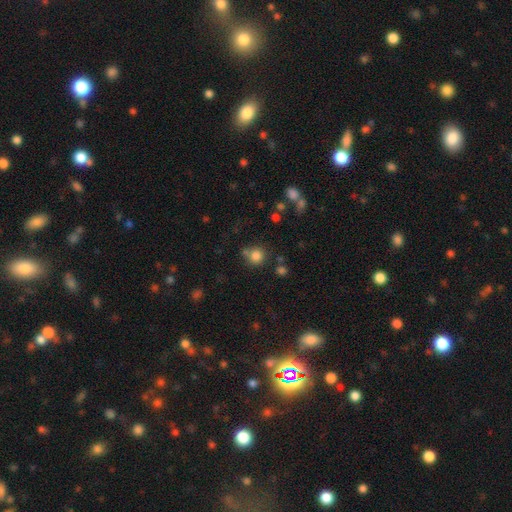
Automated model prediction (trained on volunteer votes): smooth 81%, star or artifact 13%, featured or disk 6%. Down the decision tree: how rounded — round (90%); merging — none (71%).